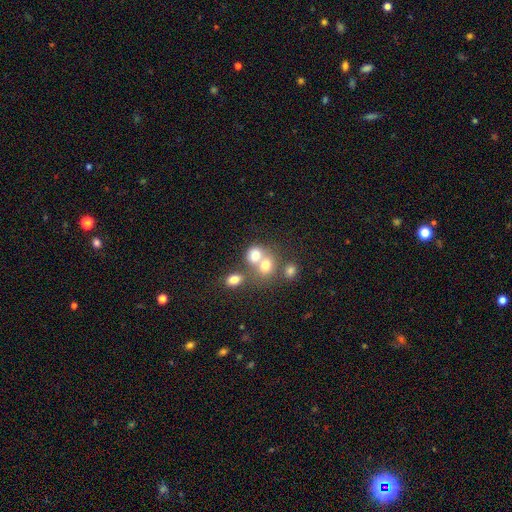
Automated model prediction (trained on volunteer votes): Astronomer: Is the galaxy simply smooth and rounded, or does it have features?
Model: smooth — 71%.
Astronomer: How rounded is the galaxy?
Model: round — 60% (runner-up: in between, 39%).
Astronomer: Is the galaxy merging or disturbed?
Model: merger — 54% (runner-up: none, 33%).